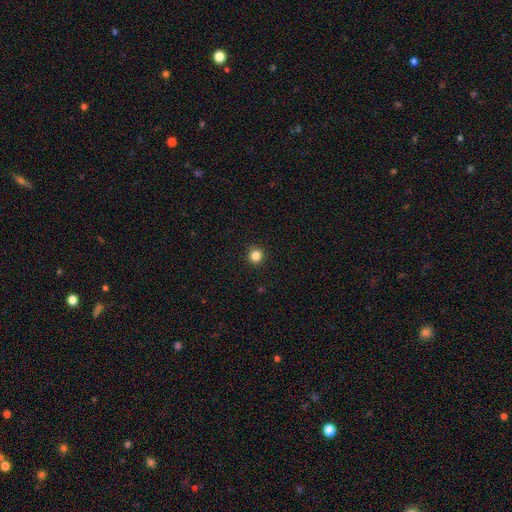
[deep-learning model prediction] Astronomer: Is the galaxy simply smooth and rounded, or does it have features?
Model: smooth — 84%.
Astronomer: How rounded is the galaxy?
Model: round — 93%.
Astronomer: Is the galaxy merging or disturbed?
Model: none — 92%.